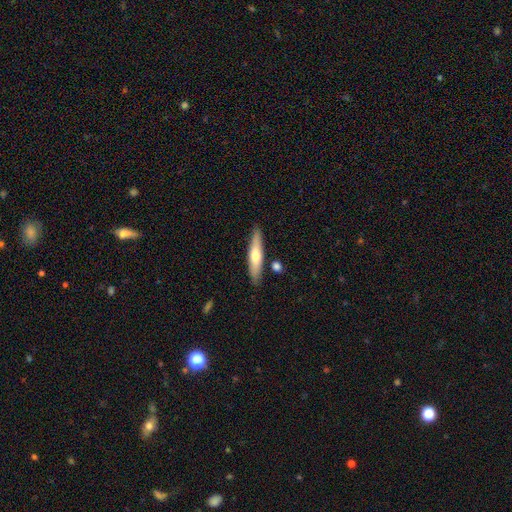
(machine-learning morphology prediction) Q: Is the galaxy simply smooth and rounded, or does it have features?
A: smooth — 55%.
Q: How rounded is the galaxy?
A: cigar-shaped — 82%.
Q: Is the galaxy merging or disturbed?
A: none — 83%.